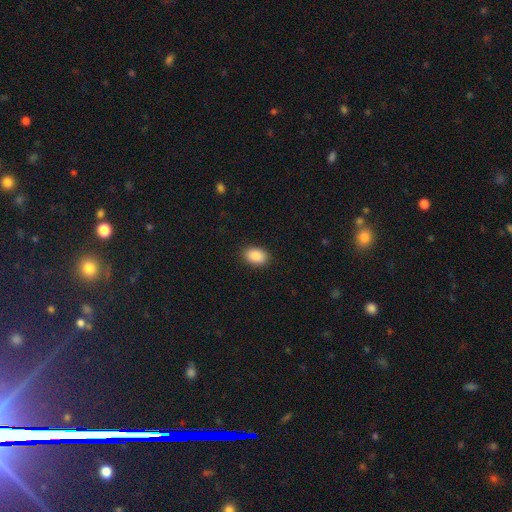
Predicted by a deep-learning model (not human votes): The model was most divided on "how rounded": in between: 87%, round: 12%, cigar-shaped: 1%. More confident: smooth or featured — smooth (89%); merging — none (89%).